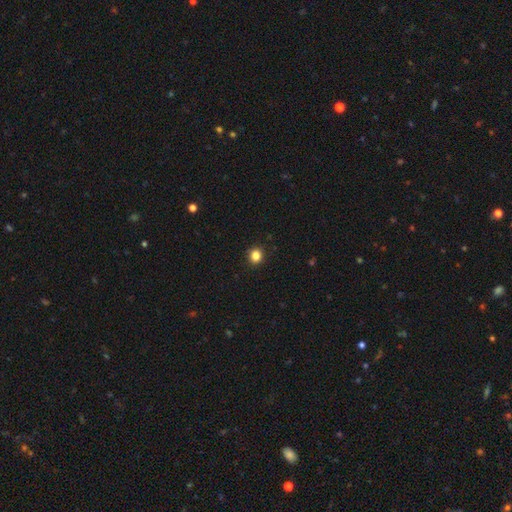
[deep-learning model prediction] This appears to be a smooth galaxy with no disk features (84%) that is round (86%). Merging: none (92%).